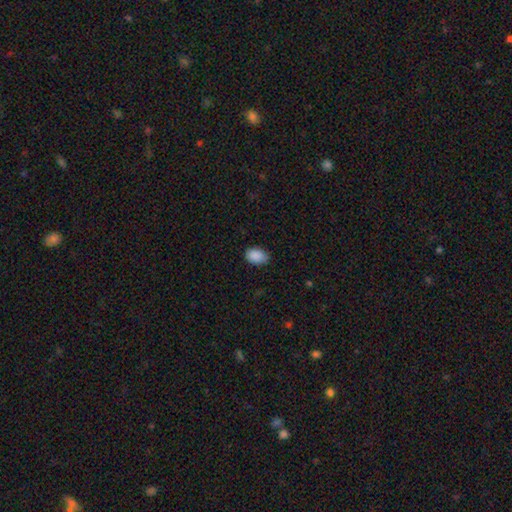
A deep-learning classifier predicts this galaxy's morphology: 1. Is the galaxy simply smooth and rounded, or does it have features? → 89% smooth, 7% star or artifact, 3% featured or disk.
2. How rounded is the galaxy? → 87% in between, 12% round, 1% cigar-shaped.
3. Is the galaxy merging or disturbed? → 77% none, 19% minor disturbance, 3% major disturbance, 1% merger.